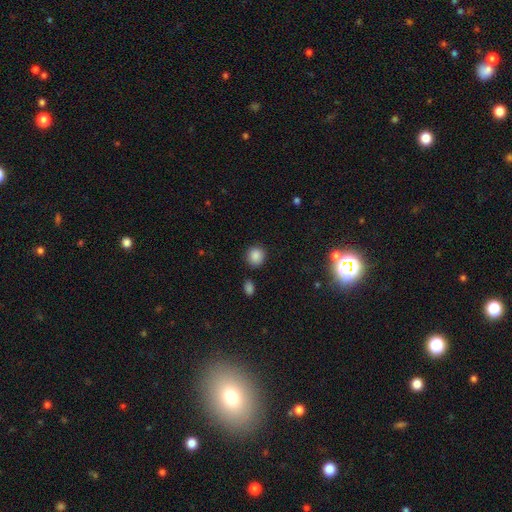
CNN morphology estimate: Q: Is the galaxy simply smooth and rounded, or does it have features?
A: smooth — 87%.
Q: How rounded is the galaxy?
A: round — 87%.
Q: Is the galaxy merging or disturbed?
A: none — 86%.